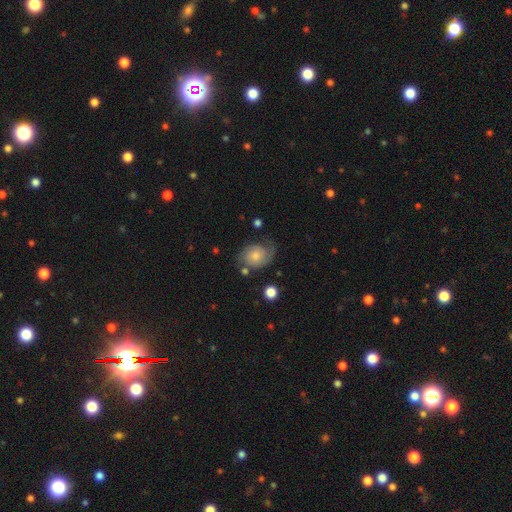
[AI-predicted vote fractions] Morphology: type=featured or disk (59%); edge-on=no (97%); bar=no (78%); spiral arms=yes (89%); winding=tight (39%); arm count=2 (62%); bulge=small (46%); merging=none (57%).